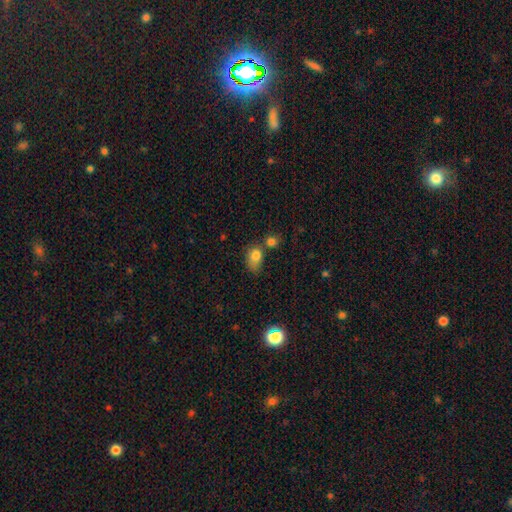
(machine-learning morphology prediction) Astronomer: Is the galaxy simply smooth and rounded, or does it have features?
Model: smooth — 80%.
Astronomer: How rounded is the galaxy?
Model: in between — 68%.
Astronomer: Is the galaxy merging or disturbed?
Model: none — 38% (runner-up: merger, 27%).